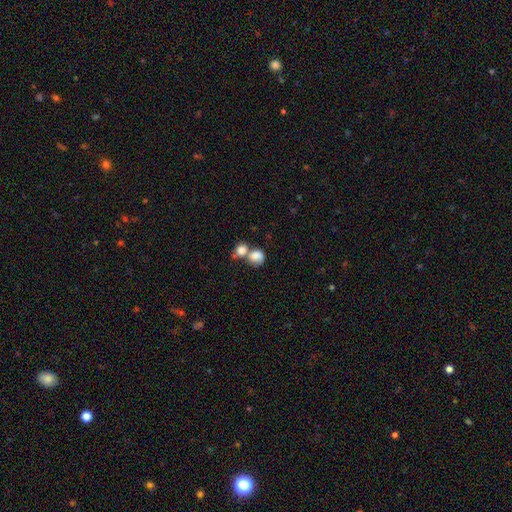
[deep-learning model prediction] Smooth or featured: smooth — 79% (featured or disk — 13%)
How rounded: round — 60% (in between — 39%)
Merging: merger — 64% (none — 22%)